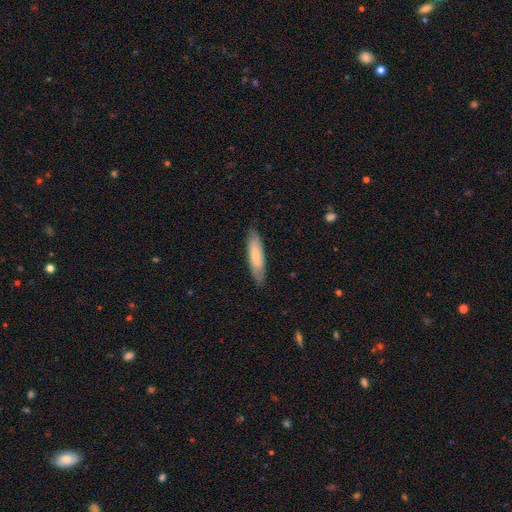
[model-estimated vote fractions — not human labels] smooth_or_featured: smooth (p=0.72) [alt: featured or disk p=0.23]
how_rounded: cigar-shaped (p=0.70) [alt: in between p=0.29]
merging: none (p=0.85) [alt: minor disturbance p=0.12]